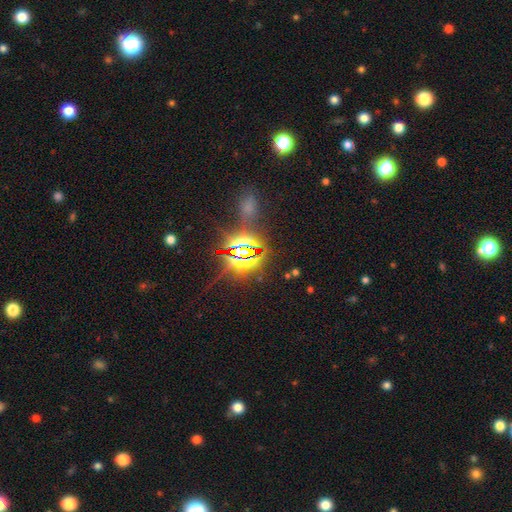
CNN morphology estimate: This appears to be a star or artifact, not a galaxy (83%).